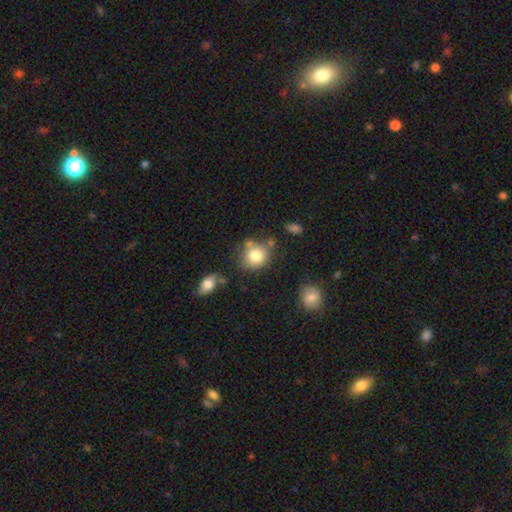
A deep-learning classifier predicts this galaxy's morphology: Smooth or featured? Predicted: smooth (p=0.79). How rounded? Predicted: round (p=0.72). Merging? Predicted: none (p=0.63).